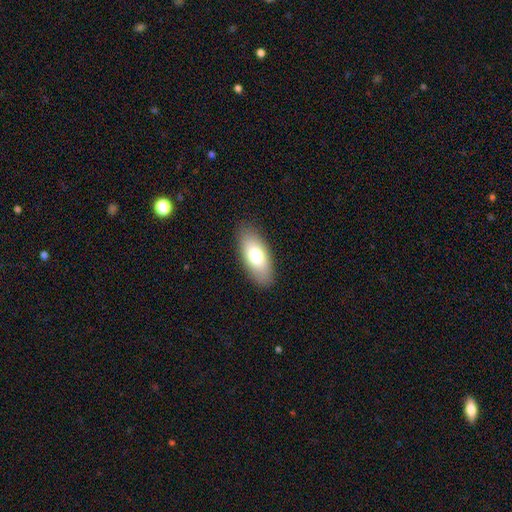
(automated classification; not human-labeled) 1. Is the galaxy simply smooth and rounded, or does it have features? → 74% smooth, 19% featured or disk, 7% star or artifact.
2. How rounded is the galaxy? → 88% in between, 9% cigar-shaped, 3% round.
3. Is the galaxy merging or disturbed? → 87% none, 10% minor disturbance, 3% major disturbance, 1% merger.